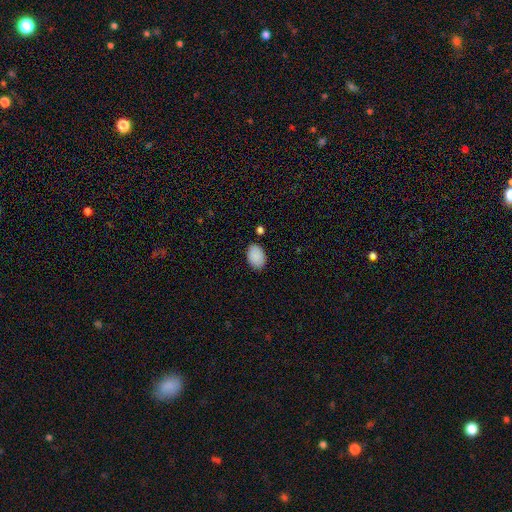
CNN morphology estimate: The model was most divided on "merging": none: 84%, minor disturbance: 11%, major disturbance: 2%, merger: 2%. More confident: smooth or featured — smooth (90%); how rounded — in between (87%).